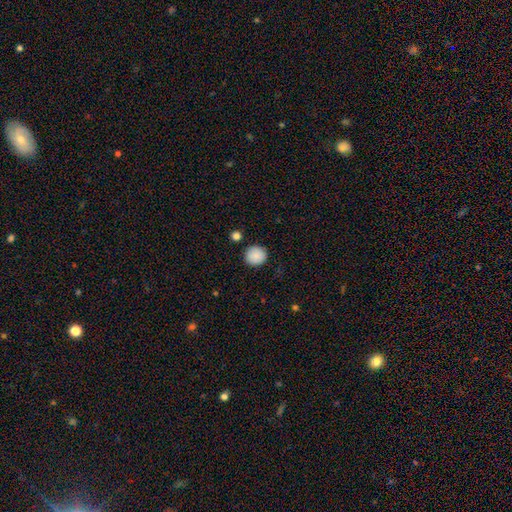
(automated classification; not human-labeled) Overall: smooth (89%). How rounded: round (91%). Merging: none (89%).